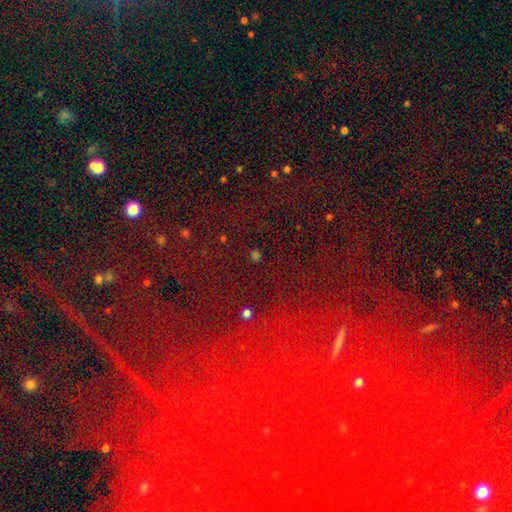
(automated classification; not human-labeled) This appears to be a star or artifact, not a galaxy (71%).